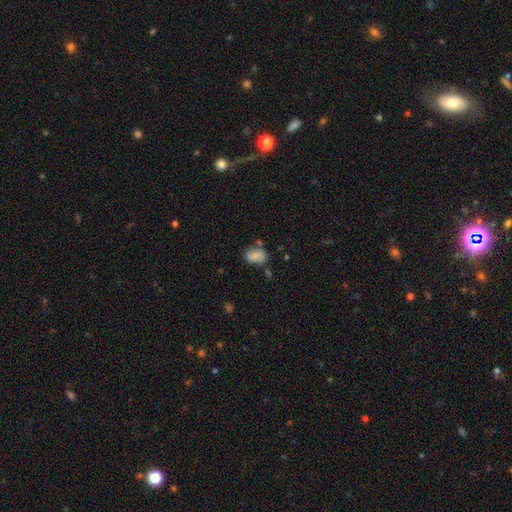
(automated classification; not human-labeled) This is likely a smooth galaxy (80%). How rounded: likely in between (80%). Merging: possibly none (56%).